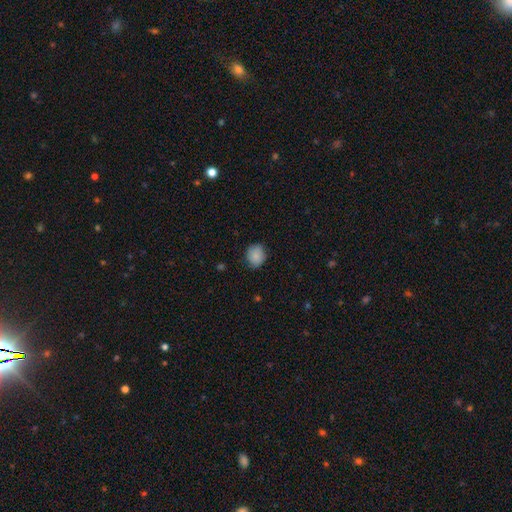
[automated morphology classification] smooth 85%, featured or disk 8%, star or artifact 7%. Down the decision tree: how rounded — round (70%); merging — none (77%).